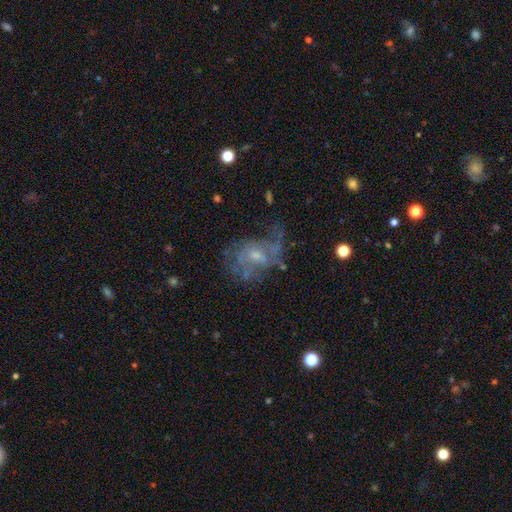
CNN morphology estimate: smooth-or-featured: featured or disk: 64% | smooth: 23% | star or artifact: 13%
  disk-edge-on: no: 97% | yes: 3%
    bar: no: 63% | weak: 32% | strong: 5%
    has-spiral-arms: no: 52% | yes: 48%
    bulge-size: small: 49% | moderate: 34% | none: 14% | large: 2% | dominant: 1%
  merging: major disturbance: 37% (tied) | none: 37% (tied) | minor disturbance: 21% | merger: 5%